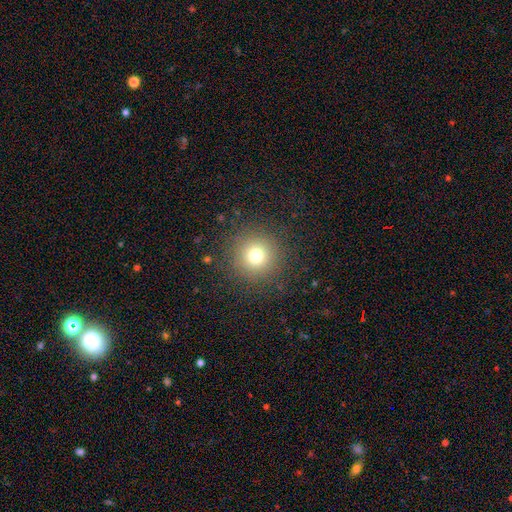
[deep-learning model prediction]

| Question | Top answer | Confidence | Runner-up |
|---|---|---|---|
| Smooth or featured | smooth | 75% | star or artifact (16%) |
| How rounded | round | 96% | in between (3%) |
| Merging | none | 89% | minor disturbance (6%) |